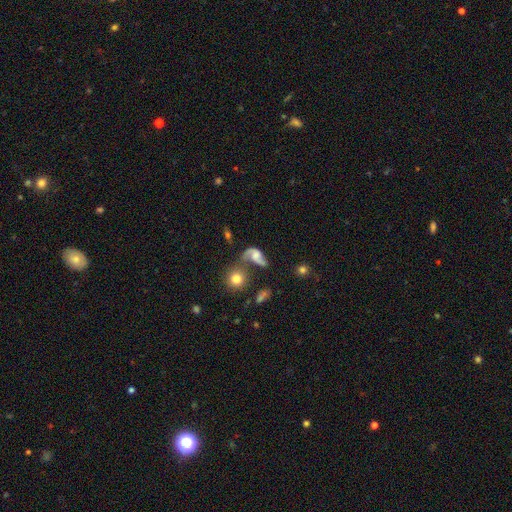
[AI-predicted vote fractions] This is likely a featured or disk galaxy (66%). It is clearly not viewed edge-on (95%). Bar: likely no (60%). Spiral arm pattern: clearly yes (86%). Spiral arm count: likely 2 (77%). Spiral winding: likely loose (73%). Central bulge: marginally moderate (35%). Merging: marginally none (29%).